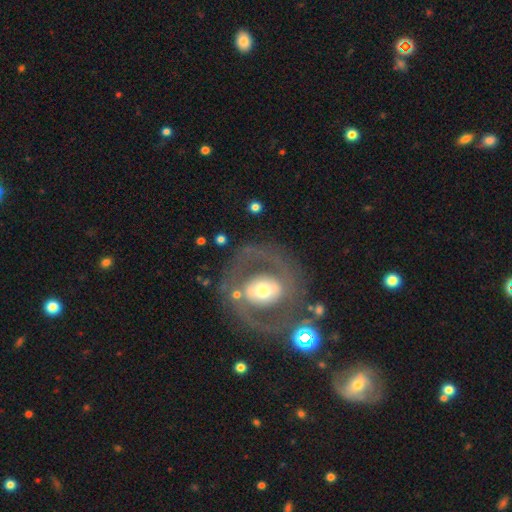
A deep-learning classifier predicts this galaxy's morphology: The model was most divided on "spiral arms": yes: 56%, no: 44%. More confident: edge-on disk — no (96%); smooth or featured — featured or disk (74%); merging — none (73%); bulge size — moderate (60%); bar — no (56%).